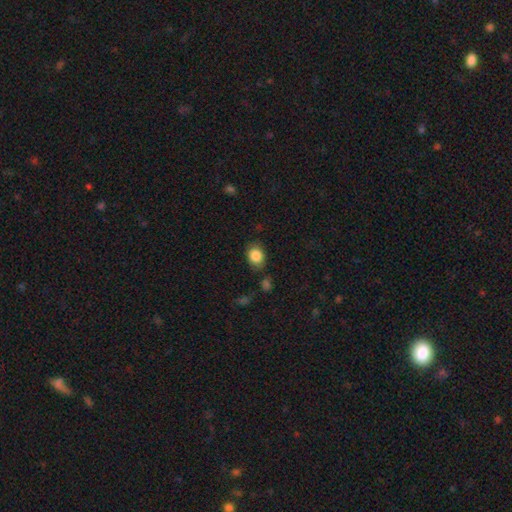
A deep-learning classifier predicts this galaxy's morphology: A smooth galaxy with no disk features (86%) that is in between round and cigar-shaped (55%).

Vote fractions:
- Smooth or featured? smooth: 86% / star or artifact: 9% / featured or disk: 5%
- How rounded? in between: 55% / round: 44% / cigar-shaped: 1%
- Merging? none: 76% / minor disturbance: 16% / major disturbance: 4% / merger: 4%